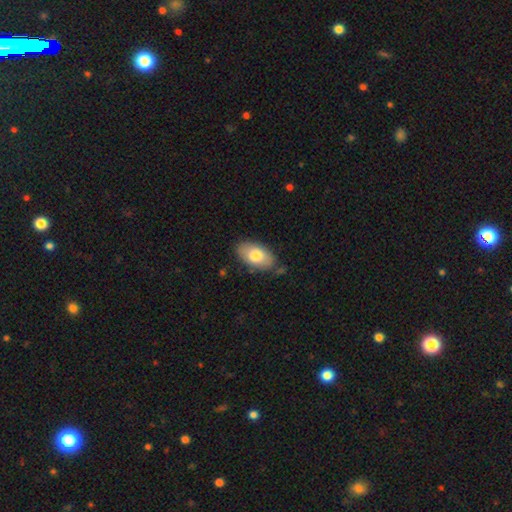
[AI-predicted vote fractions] This appears to be a smooth galaxy with no disk features (77%) that is in between round and cigar-shaped (93%). Merging: none (80%).